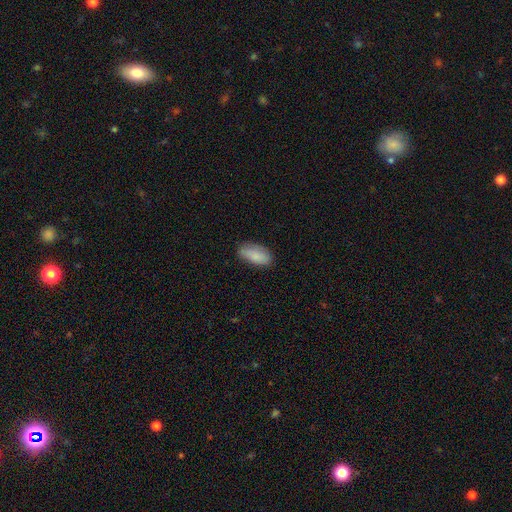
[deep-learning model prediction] Overall: smooth (86%). How rounded: in between (89%). Merging: none (76%).